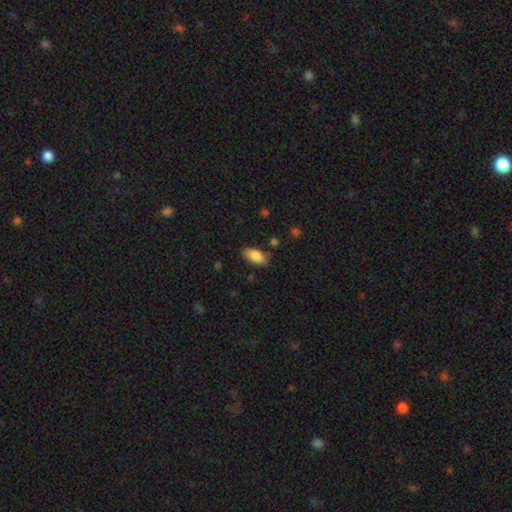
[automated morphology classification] Smooth or featured?
  - smooth: 85% *
  - featured or disk: 8%
  - star or artifact: 7%
How rounded?
  - in between: 91% *
  - cigar-shaped: 6%
  - round: 3%
Merging?
  - none: 81% *
  - minor disturbance: 14%
  - major disturbance: 3%
  - merger: 2%